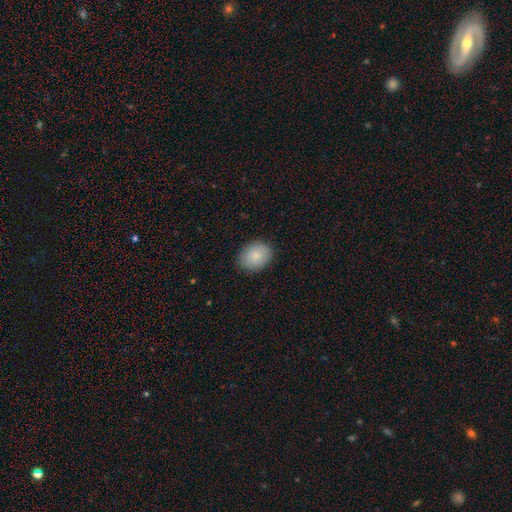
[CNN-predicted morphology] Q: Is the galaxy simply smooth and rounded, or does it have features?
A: smooth — 85%.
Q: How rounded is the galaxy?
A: in between — 60%.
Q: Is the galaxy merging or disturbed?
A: none — 87%.